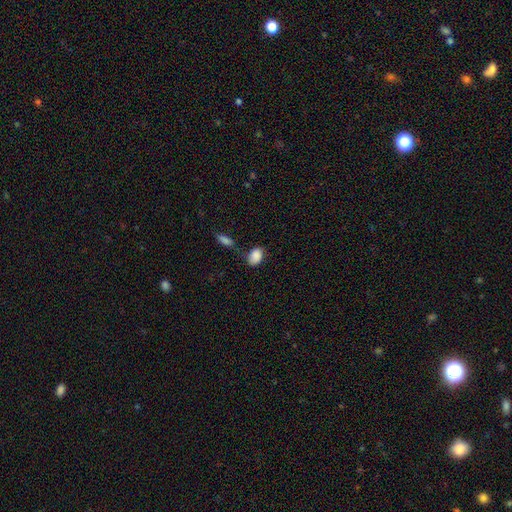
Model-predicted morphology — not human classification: Q: Smooth or featured?
A: smooth (87%); runner-up: star or artifact (8%)
Q: How rounded?
A: in between (81%); runner-up: round (17%)
Q: Merging?
A: none (57%); runner-up: minor disturbance (24%)